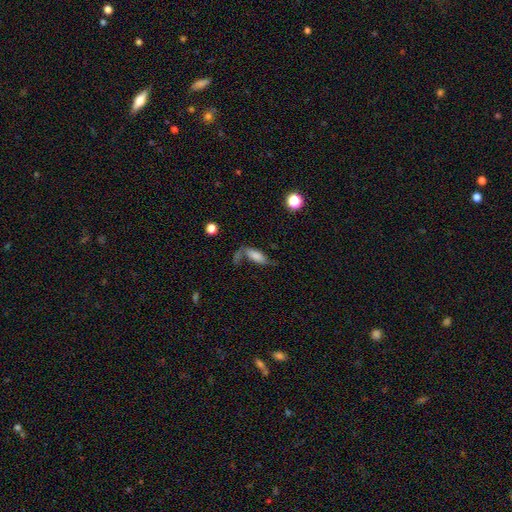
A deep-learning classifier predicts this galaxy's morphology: Q: Smooth or featured?
A: smooth (52%); runner-up: featured or disk (37%)
Q: How rounded?
A: in between (76%); runner-up: cigar-shaped (19%)
Q: Merging?
A: none (38%); runner-up: major disturbance (24%)